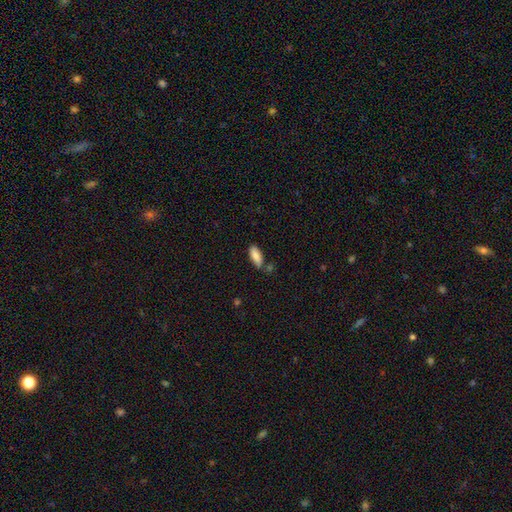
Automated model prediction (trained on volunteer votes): This appears to be a smooth galaxy with no disk features (85%) that is in between round and cigar-shaped (74%). Merging: none (66%).